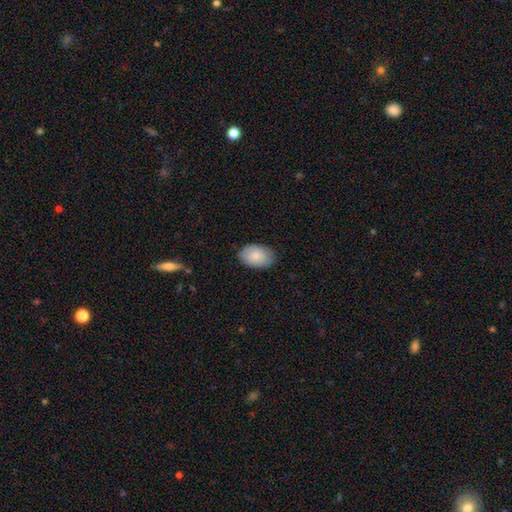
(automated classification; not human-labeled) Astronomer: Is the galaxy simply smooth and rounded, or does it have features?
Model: smooth — 80%.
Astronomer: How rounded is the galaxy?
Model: in between — 88%.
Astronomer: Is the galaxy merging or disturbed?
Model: none — 82%.